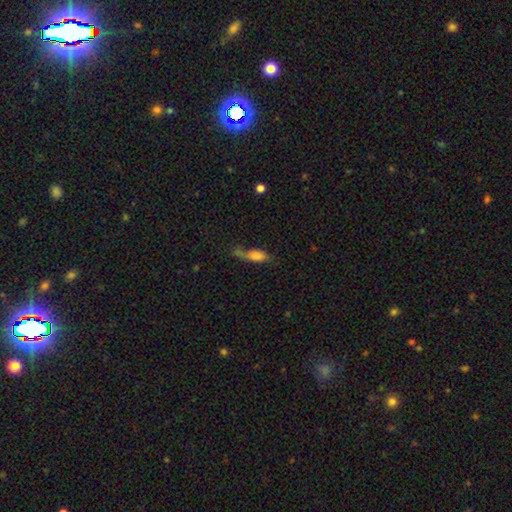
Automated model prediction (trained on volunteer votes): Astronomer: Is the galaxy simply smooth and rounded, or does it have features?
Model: smooth — 63%.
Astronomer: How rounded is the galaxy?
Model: in between — 51% (runner-up: cigar-shaped, 45%).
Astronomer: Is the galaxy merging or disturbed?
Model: none — 42% (runner-up: minor disturbance, 30%).